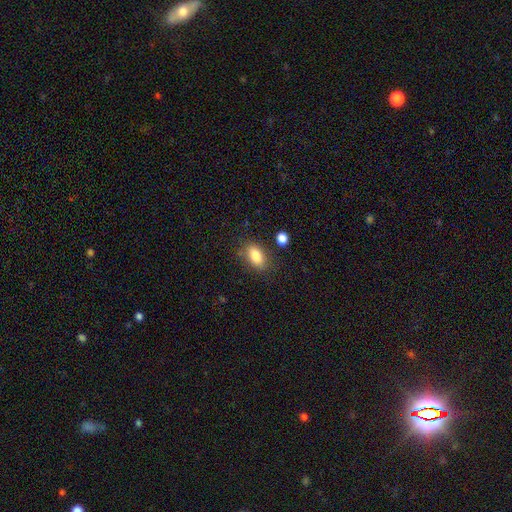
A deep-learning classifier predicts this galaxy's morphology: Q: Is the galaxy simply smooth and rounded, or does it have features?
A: smooth — 85%.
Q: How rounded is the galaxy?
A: in between — 89%.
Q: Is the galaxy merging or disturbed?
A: none — 77%.